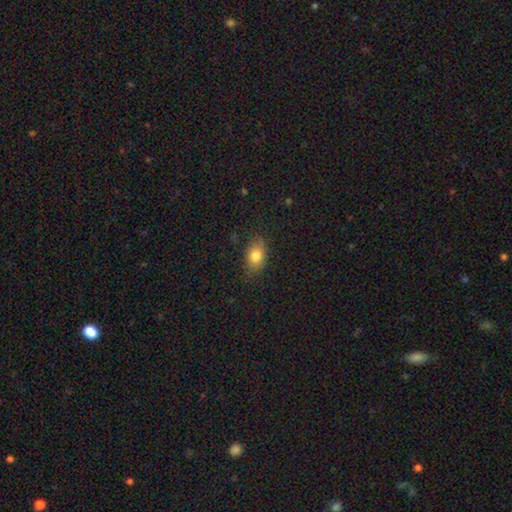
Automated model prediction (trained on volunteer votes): This appears to be a smooth galaxy with no disk features (80%) that is in between round and cigar-shaped (80%). Merging: none (80%).